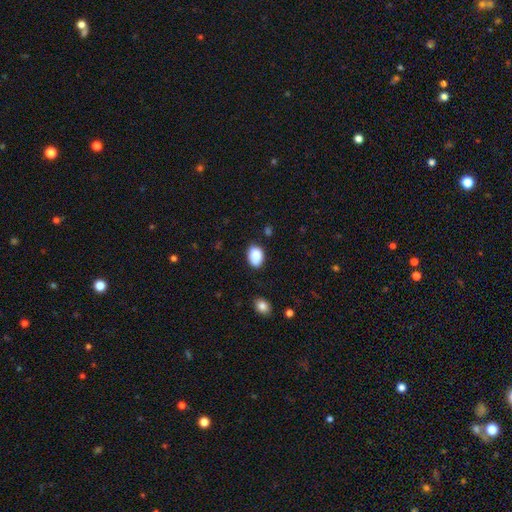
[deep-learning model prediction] smooth-or-featured: smooth: 87% | star or artifact: 8% | featured or disk: 6%
  how-rounded: in between: 80% | round: 18% | cigar-shaped: 1%
  merging: none: 80% | minor disturbance: 15% | major disturbance: 3% | merger: 2%